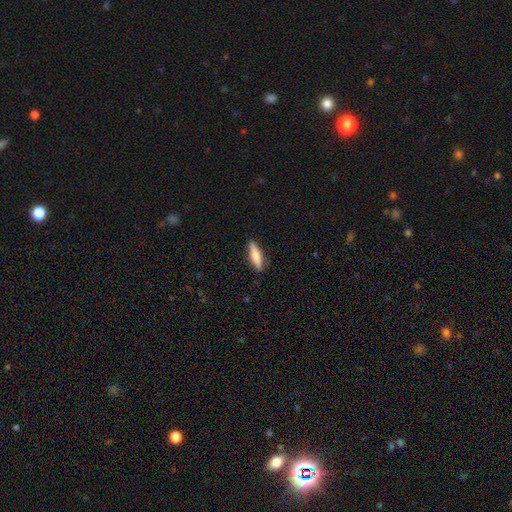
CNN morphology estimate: type=smooth (77%); roundness=cigar-shaped (67%); merging=none (86%).